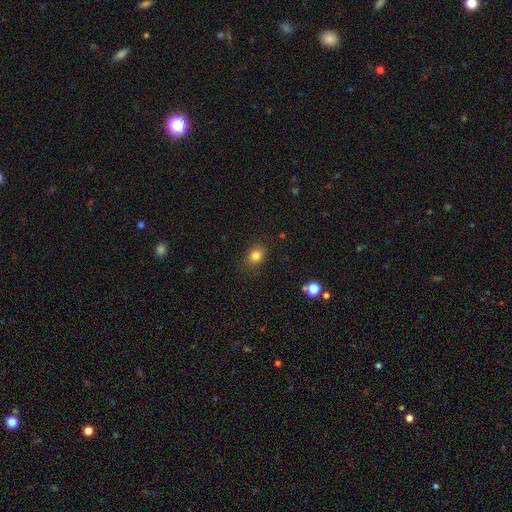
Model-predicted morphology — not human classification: type=smooth (82%); roundness=in between (56%); merging=none (85%).